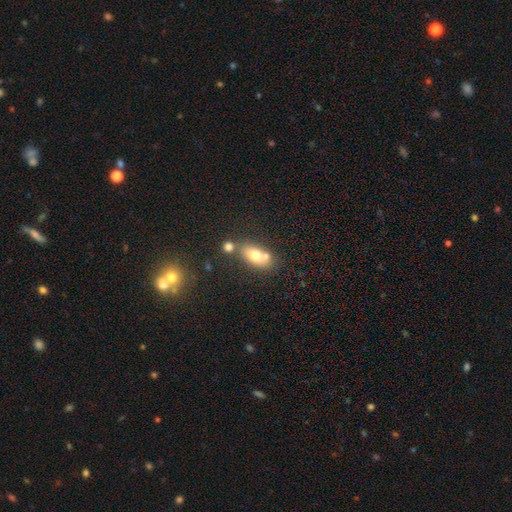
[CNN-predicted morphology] Overall: smooth (70%). How rounded: in between (82%). Merging: none (51%; merger 30%).